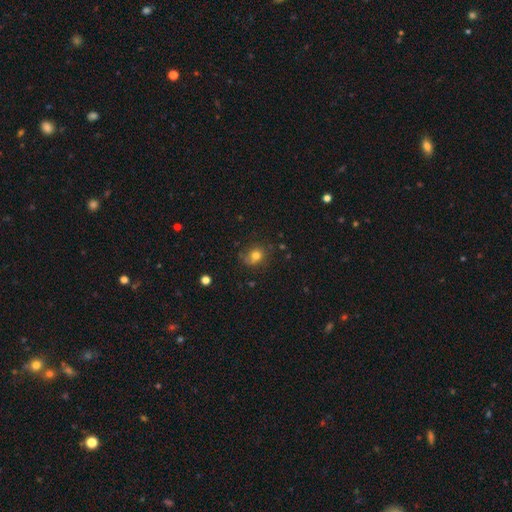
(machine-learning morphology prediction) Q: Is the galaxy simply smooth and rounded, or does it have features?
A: smooth — 75%.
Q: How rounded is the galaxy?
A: round — 62%.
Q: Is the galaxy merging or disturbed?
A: none — 66%.